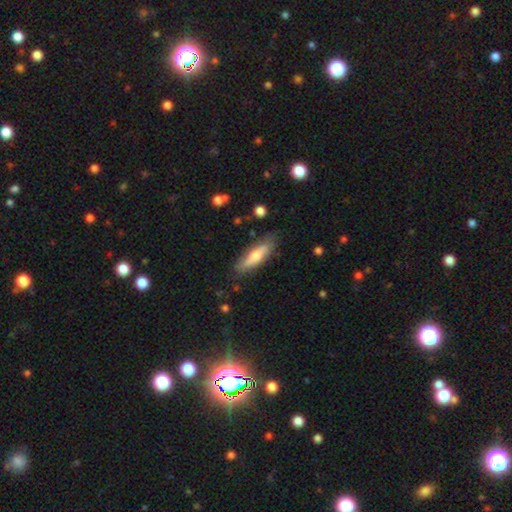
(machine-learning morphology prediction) smooth-or-featured: smooth: 57% | featured or disk: 38% | star or artifact: 5%
  how-rounded: cigar-shaped: 63% | in between: 35% | round: 2%
  merging: none: 81% | minor disturbance: 14% | major disturbance: 3% | merger: 2%